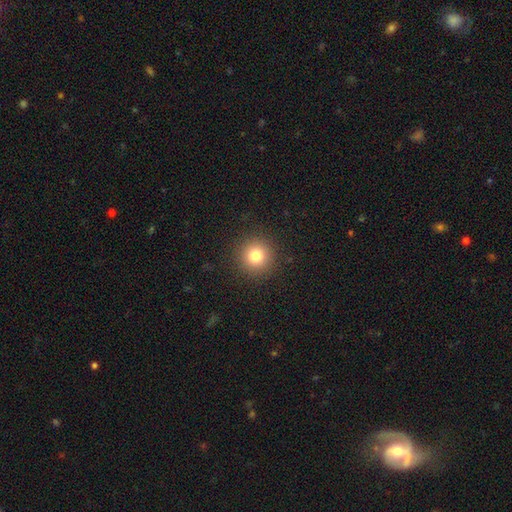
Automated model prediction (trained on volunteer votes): Smooth or featured?
  - smooth: 80% *
  - star or artifact: 13%
  - featured or disk: 7%
How rounded?
  - round: 95% *
  - in between: 4%
  - cigar-shaped: 1%
Merging?
  - none: 91% *
  - minor disturbance: 5%
  - major disturbance: 2%
  - merger: 1%